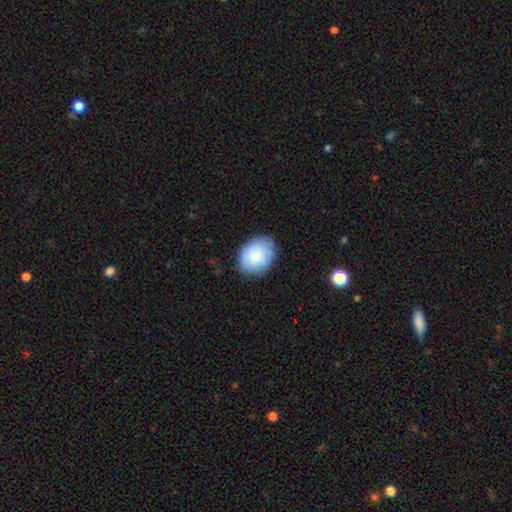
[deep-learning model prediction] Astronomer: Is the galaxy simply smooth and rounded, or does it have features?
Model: smooth — 81%.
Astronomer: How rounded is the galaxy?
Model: in between — 64%.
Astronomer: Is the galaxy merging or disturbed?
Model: none — 79%.